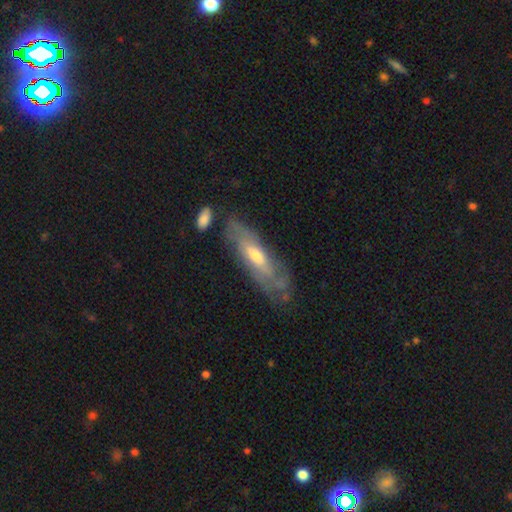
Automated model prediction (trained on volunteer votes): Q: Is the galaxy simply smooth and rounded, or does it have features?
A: featured or disk — 61%.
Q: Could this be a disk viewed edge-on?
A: no — 68%.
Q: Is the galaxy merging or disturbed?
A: none — 65%.